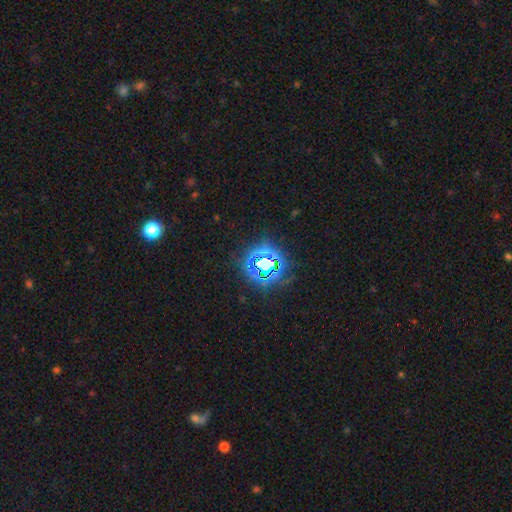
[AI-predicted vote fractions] The model was most divided on "smooth or featured": star or artifact: 80%, smooth: 12%, featured or disk: 8%.